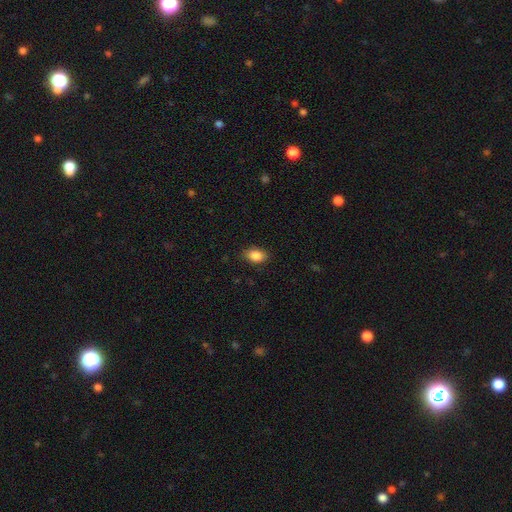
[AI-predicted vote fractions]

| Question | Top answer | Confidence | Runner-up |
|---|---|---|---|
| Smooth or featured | smooth | 87% | star or artifact (8%) |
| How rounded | in between | 84% | round (14%) |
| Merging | none | 85% | minor disturbance (12%) |